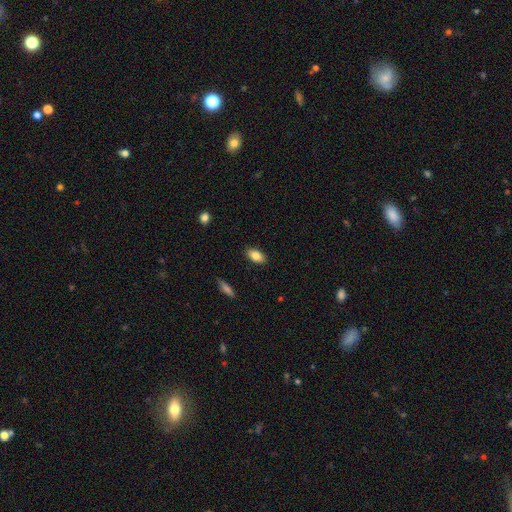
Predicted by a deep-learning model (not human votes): A smooth galaxy with no disk features (85%) that is in between round and cigar-shaped (92%).

Vote fractions:
- Smooth or featured? smooth: 85% / featured or disk: 8% / star or artifact: 7%
- How rounded? in between: 92% / cigar-shaped: 4% / round: 4%
- Merging? none: 88% / minor disturbance: 9% / major disturbance: 2% / merger: 1%